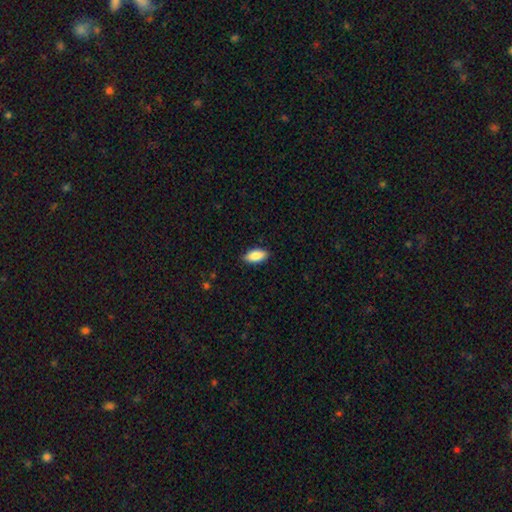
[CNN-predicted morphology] This appears to be a smooth galaxy with no disk features (86%) that is in between round and cigar-shaped (90%). Merging: none (88%).